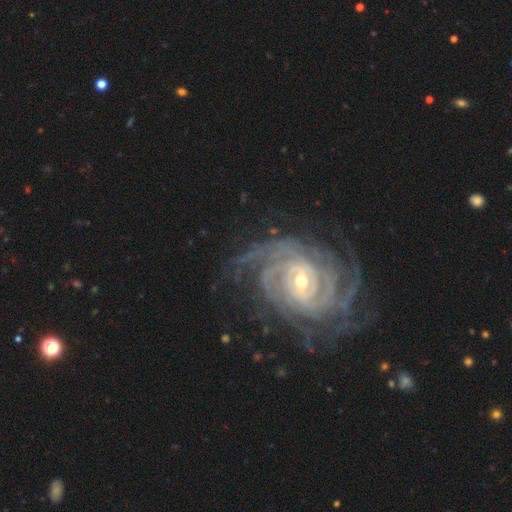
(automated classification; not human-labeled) smooth-or-featured: featured or disk: 91% | star or artifact: 6% | smooth: 3%
  disk-edge-on: no: 97% | yes: 3%
    bar: weak: 40% | strong: 31% | no: 29%
    has-spiral-arms: yes: 98% | no: 2%
      spiral-winding: tight: 76% | medium: 20% | loose: 4%
      spiral-arm-count: 4: 26% | 3: 18% | can't tell: 18% | more than 4: 17% | 2: 13% | 1: 8%
    bulge-size: small: 54% | moderate: 42% | large: 2% | none: 1% | dominant: 1%
  merging: none: 75% | minor disturbance: 15% | major disturbance: 8% | merger: 2%